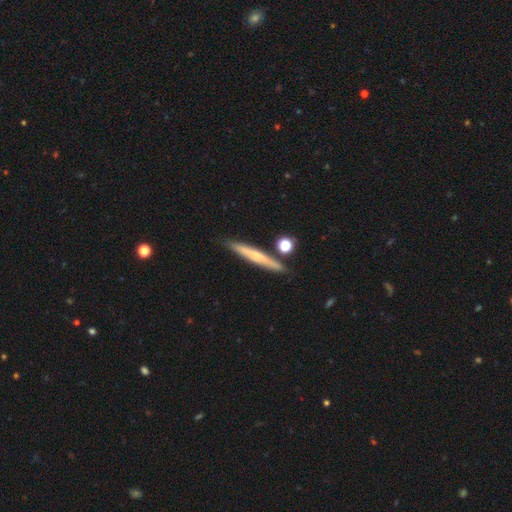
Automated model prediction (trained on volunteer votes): smooth_or_featured: smooth (p=0.52) [alt: featured or disk p=0.41]
how_rounded: cigar-shaped (p=0.94) [alt: in between p=0.04]
merging: none (p=0.83) [alt: minor disturbance p=0.09]